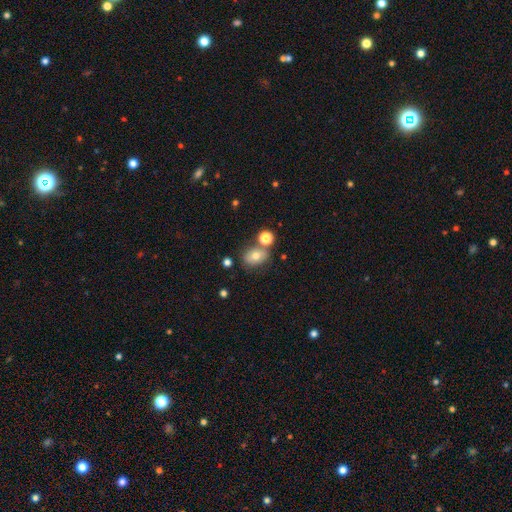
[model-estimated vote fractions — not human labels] smooth 71%, featured or disk 17%, star or artifact 13%. Down the decision tree: how rounded — in between (60%); merging — none (63%).